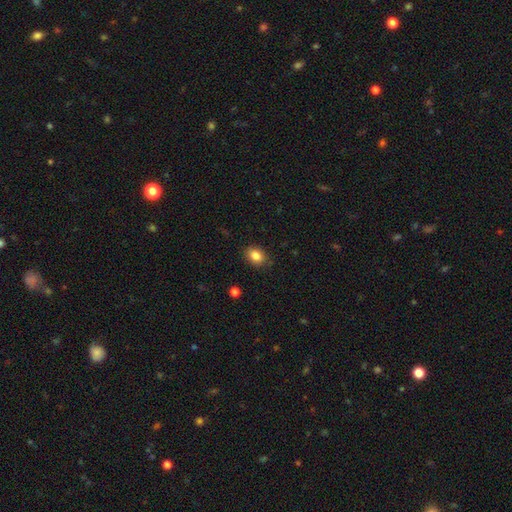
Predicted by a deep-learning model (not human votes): Smooth or featured: smooth — 85% (star or artifact — 9%)
How rounded: in between — 60% (round — 39%)
Merging: none — 86% (minor disturbance — 11%)